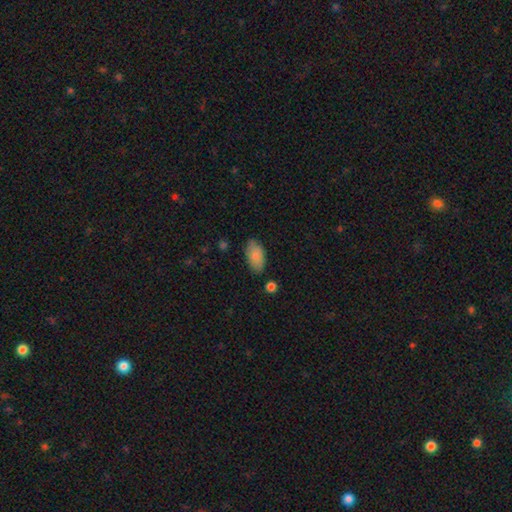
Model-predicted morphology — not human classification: smooth 84%, featured or disk 9%, star or artifact 7%. Down the decision tree: how rounded — in between (94%); merging — none (78%).